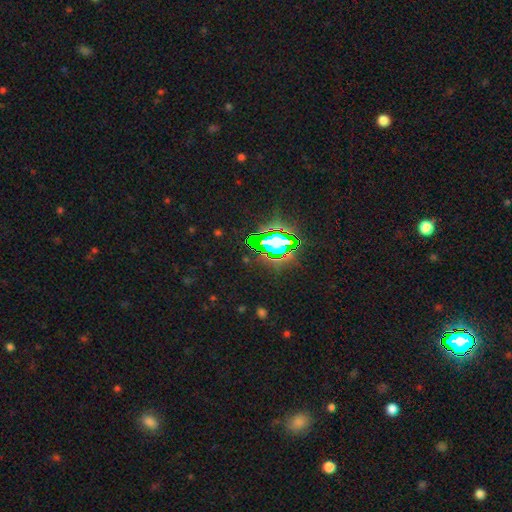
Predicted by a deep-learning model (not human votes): Q: Smooth or featured?
A: star or artifact (81%); runner-up: smooth (12%)